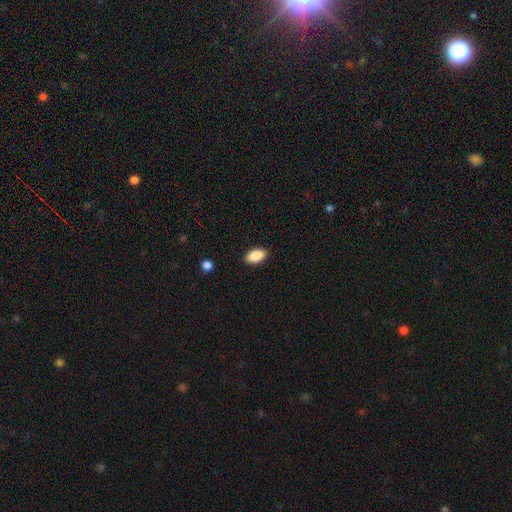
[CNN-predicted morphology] smooth-or-featured: smooth: 87% | star or artifact: 7% | featured or disk: 6%
  how-rounded: in between: 93% | round: 4% | cigar-shaped: 3%
  merging: none: 89% | minor disturbance: 8% | major disturbance: 2% | merger: 1%